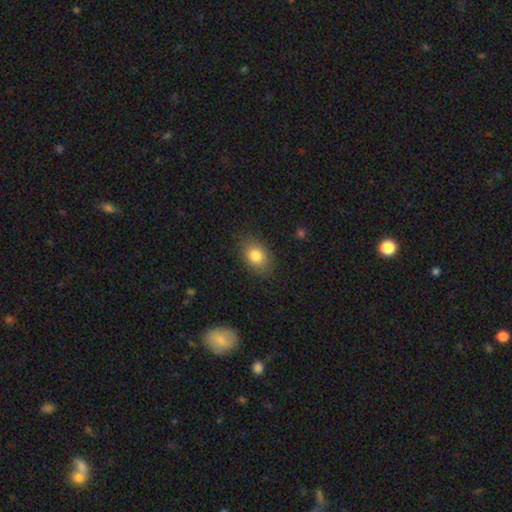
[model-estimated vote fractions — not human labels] smooth_or_featured: smooth (p=0.82) [alt: featured or disk p=0.10]
how_rounded: in between (p=0.76) [alt: round p=0.23]
merging: none (p=0.83) [alt: minor disturbance p=0.12]